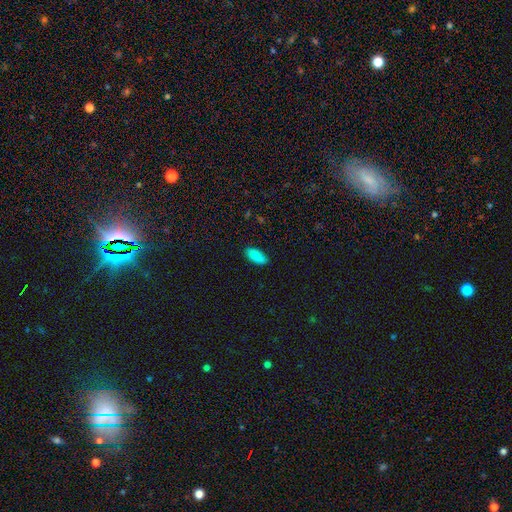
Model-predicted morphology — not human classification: Smooth or featured? smooth (88%)
How rounded? in between (89%)
Merging? none (87%)